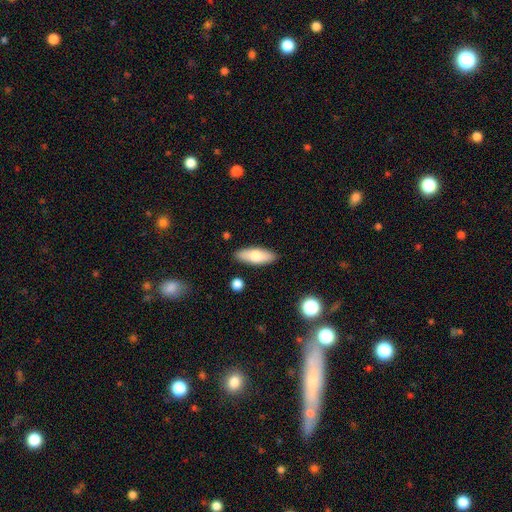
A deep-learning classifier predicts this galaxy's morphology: A smooth galaxy with no disk features (73%) that is in between round and cigar-shaped (70%). Merging: none (87%).